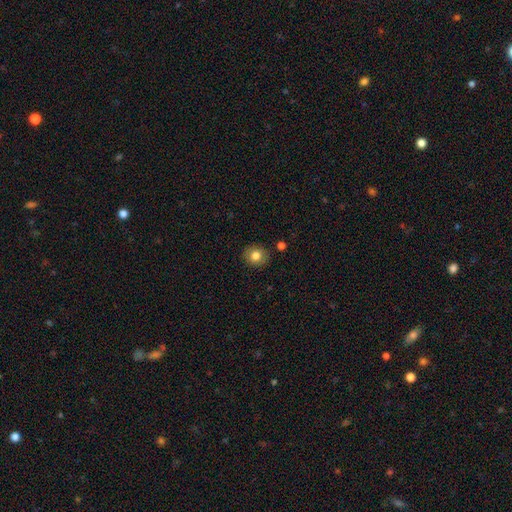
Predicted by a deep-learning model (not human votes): A smooth galaxy with no disk features (81%) that is round (82%). Merging: none (88%).